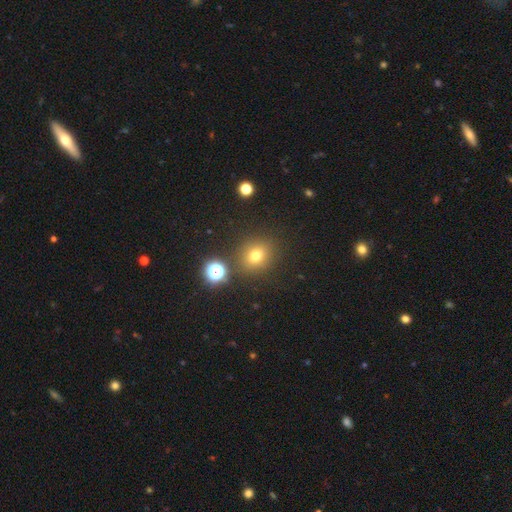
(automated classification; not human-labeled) Smooth or featured: smooth — 71% (star or artifact — 20%)
How rounded: round — 77% (in between — 21%)
Merging: none — 84% (minor disturbance — 8%)